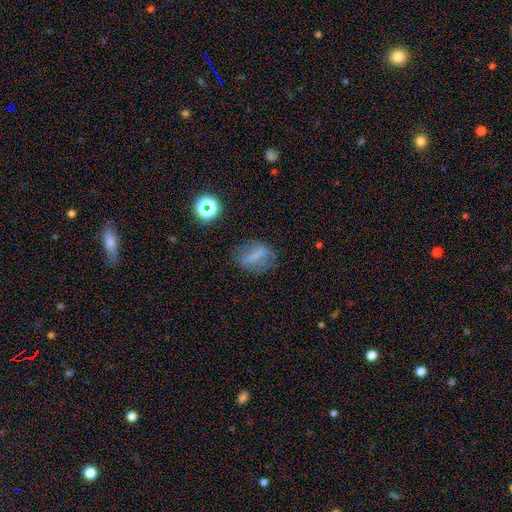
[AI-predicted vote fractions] Smooth or featured? smooth (46%)
Merging? none (60%)